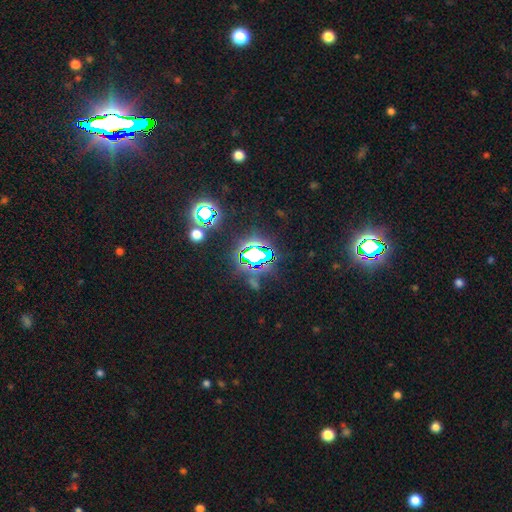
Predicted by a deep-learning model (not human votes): Smooth or featured?
  - star or artifact: 76% *
  - smooth: 14%
  - featured or disk: 10%